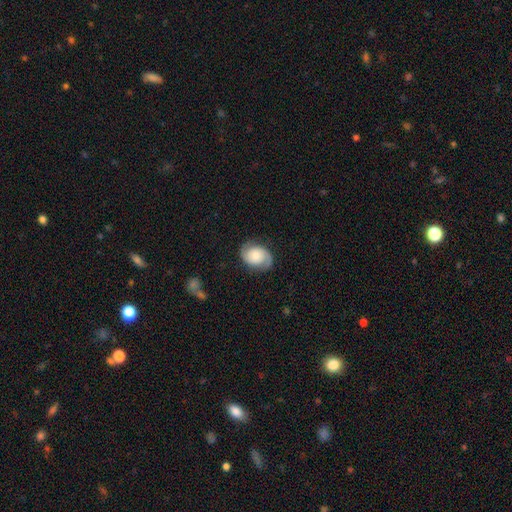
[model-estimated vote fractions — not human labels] Morphology: type=featured or disk (71%); edge-on=no (98%); bar=no (68%); spiral arms=yes (94%); winding=medium (44%); arm count=2 (88%); bulge=moderate (40%); merging=none (77%).